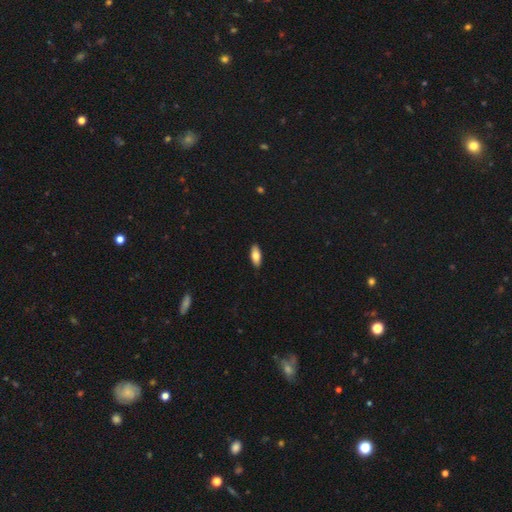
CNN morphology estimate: Overall: smooth (77%). How rounded: in between (83%). Merging: none (90%).